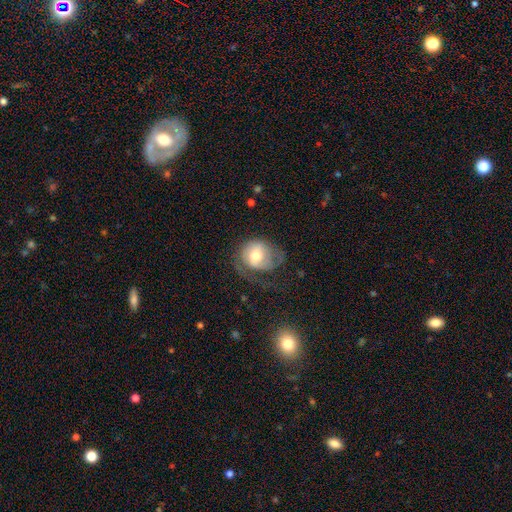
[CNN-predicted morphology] A smooth galaxy with no disk features (53%) that is round (68%). Merging: none (37%, tied with major disturbance).